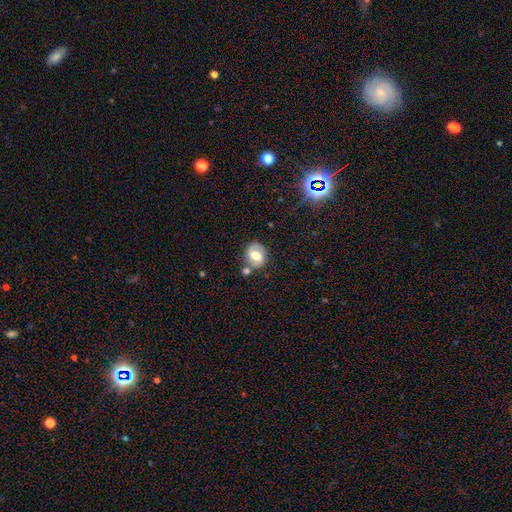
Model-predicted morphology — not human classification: Q: Smooth or featured?
A: featured or disk (54%); runner-up: smooth (37%)
Q: Edge-on disk?
A: no (97%); runner-up: yes (3%)
Q: Bar?
A: weak (47%); runner-up: no (29%)
Q: Spiral arms?
A: yes (78%); runner-up: no (22%)
Q: Bulge size?
A: moderate (65%); runner-up: large (21%)
Q: Merging?
A: none (65%); runner-up: minor disturbance (17%)